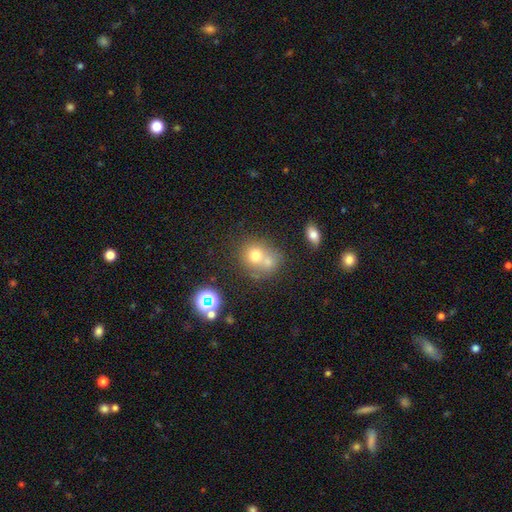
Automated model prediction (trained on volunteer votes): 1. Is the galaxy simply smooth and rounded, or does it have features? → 67% smooth, 17% featured or disk, 16% star or artifact.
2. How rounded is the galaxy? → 75% round, 24% in between, 1% cigar-shaped.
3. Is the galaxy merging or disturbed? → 51% merger, 36% none, 9% minor disturbance, 4% major disturbance.